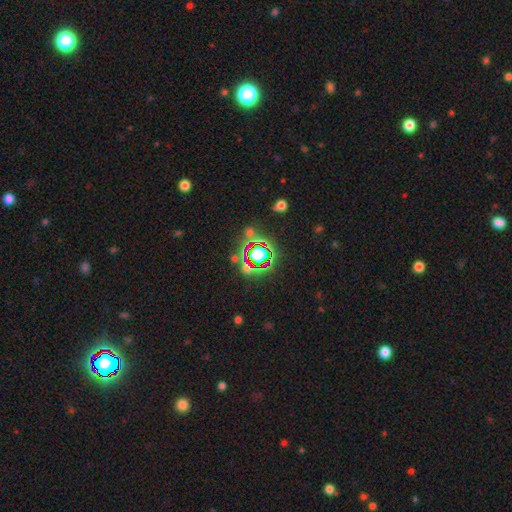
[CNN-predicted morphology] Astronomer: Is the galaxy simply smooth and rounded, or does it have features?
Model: star or artifact — 66%.